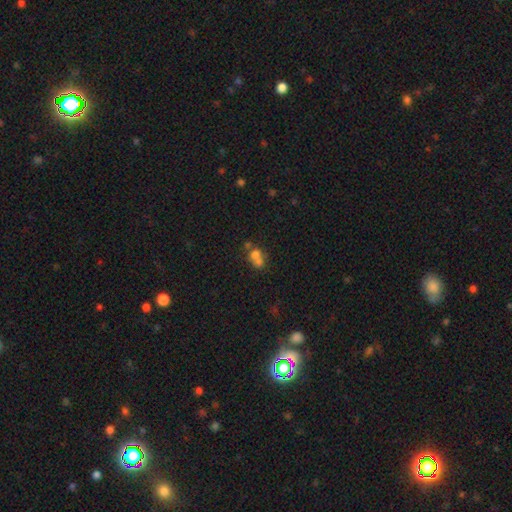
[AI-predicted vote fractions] Q: Smooth or featured?
A: smooth (63%); runner-up: featured or disk (22%)
Q: How rounded?
A: round (63%); runner-up: in between (35%)
Q: Merging?
A: merger (60%); runner-up: none (28%)